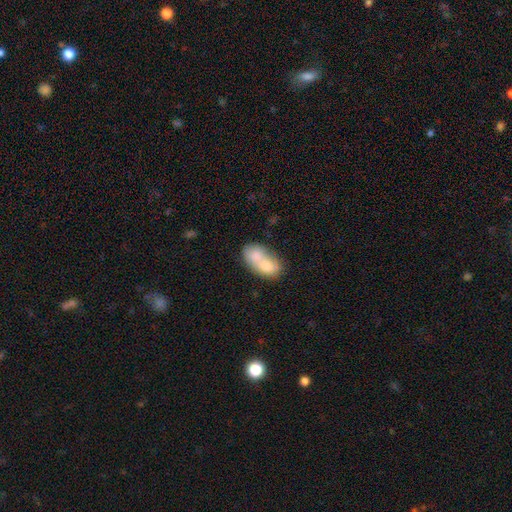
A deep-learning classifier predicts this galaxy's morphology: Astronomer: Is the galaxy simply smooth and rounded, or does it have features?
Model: smooth — 69%.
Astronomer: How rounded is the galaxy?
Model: in between — 81%.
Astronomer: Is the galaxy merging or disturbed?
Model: merger — 67%.